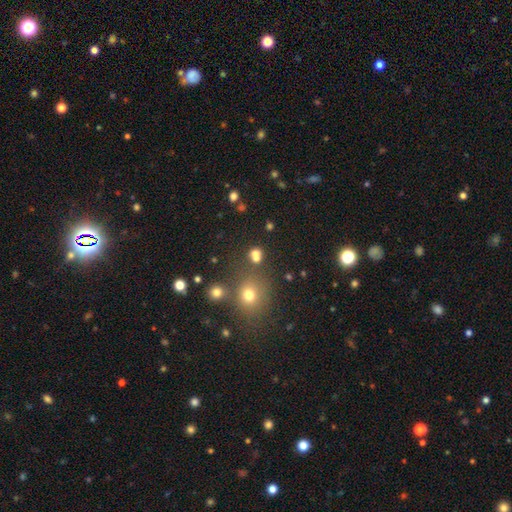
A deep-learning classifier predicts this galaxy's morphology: smooth_or_featured: smooth (p=0.70) [alt: star or artifact p=0.22]
how_rounded: round (p=0.83) [alt: in between p=0.16]
merging: none (p=0.66) [alt: merger p=0.20]